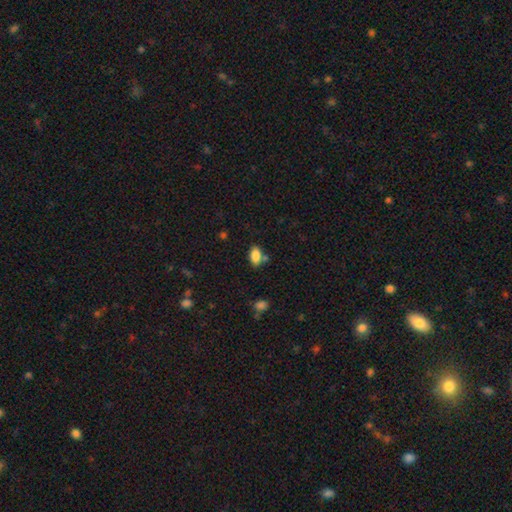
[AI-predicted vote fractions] The model was most divided on "merging": none: 67%, merger: 15%, minor disturbance: 15%, major disturbance: 4%. More confident: how rounded — in between (90%); smooth or featured — smooth (86%).